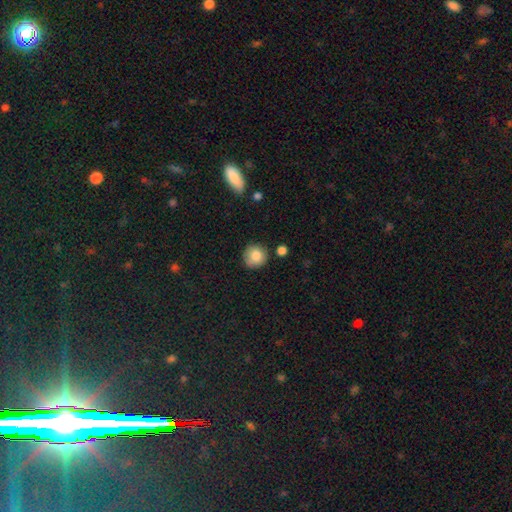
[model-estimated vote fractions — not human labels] Smooth or featured? Predicted: smooth (p=0.84). How rounded? Predicted: round (p=0.92). Merging? Predicted: none (p=0.80).